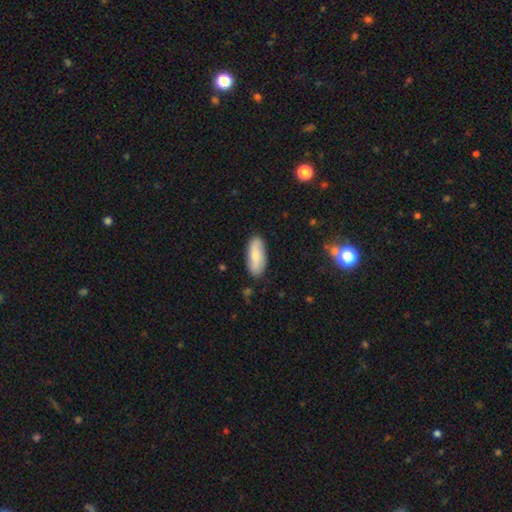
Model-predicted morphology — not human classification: Smooth or featured: smooth — 75% (featured or disk — 20%)
How rounded: in between — 78% (cigar-shaped — 20%)
Merging: none — 85% (minor disturbance — 11%)